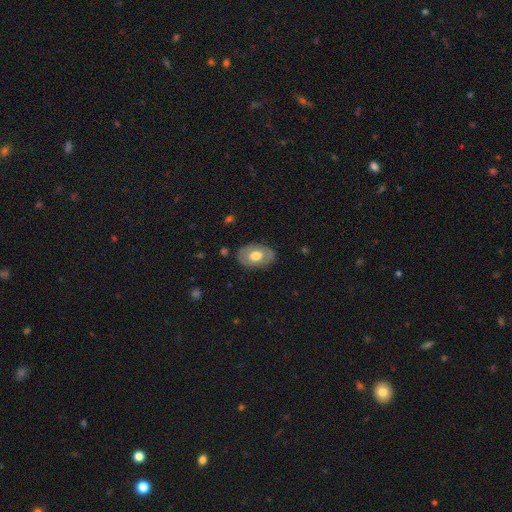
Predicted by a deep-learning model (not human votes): The model was most divided on "smooth or featured": smooth: 54%, featured or disk: 41%, star or artifact: 6%. More confident: how rounded — in between (86%); merging — none (81%).